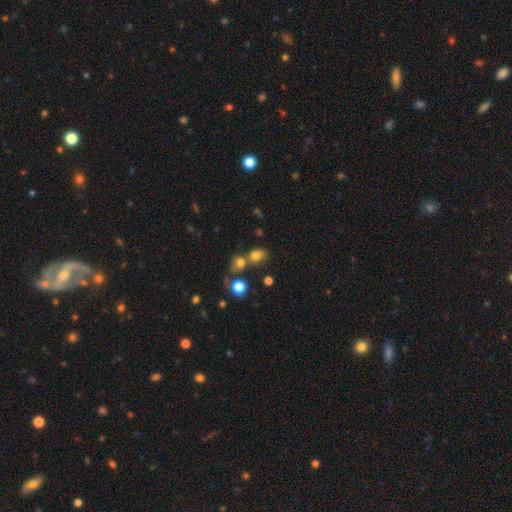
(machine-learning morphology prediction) A smooth galaxy with no disk features (75%) that is in between round and cigar-shaped (50%). Merging: merger (44%).